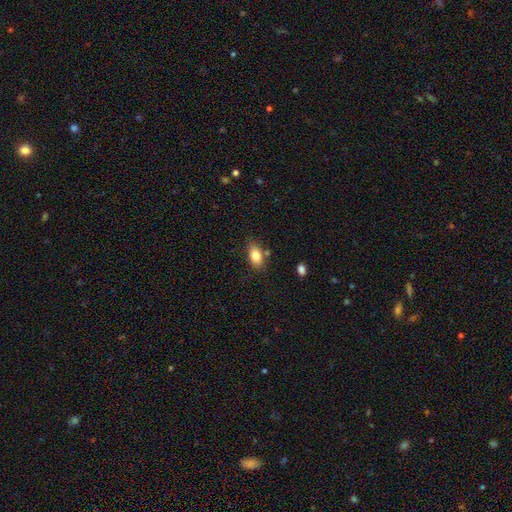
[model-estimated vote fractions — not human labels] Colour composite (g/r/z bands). It shows a smooth galaxy with no disk features (82%) that is in between round and cigar-shaped (88%). Merging: none (75%).